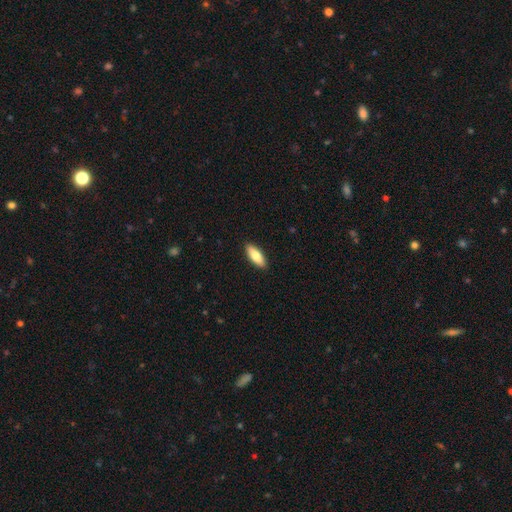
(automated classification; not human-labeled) Morphology: type=smooth (80%); roundness=in between (73%); merging=none (90%).